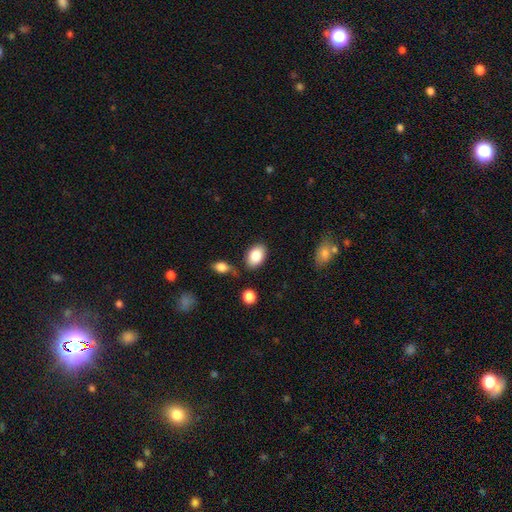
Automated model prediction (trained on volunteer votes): Smooth or featured? Predicted: smooth (p=0.84). How rounded? Predicted: in between (p=0.88). Merging? Predicted: none (p=0.77).